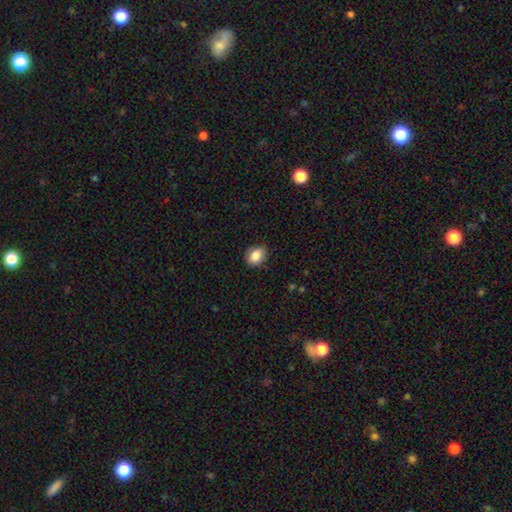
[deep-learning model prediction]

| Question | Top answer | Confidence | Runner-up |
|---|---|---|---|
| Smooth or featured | smooth | 86% | star or artifact (9%) |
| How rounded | in between | 57% | round (42%) |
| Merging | none | 84% | minor disturbance (13%) |